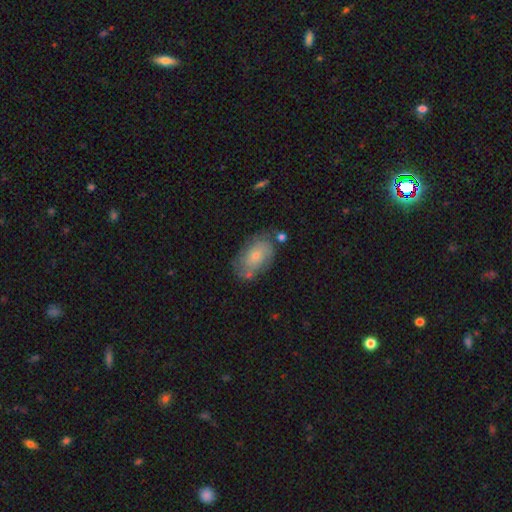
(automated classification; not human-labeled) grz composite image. It shows a smooth galaxy with no disk features (50%) that is in between round and cigar-shaped (89%). Merging: none (64%).